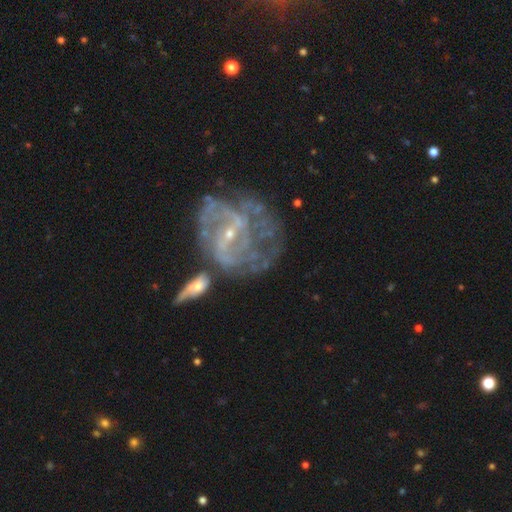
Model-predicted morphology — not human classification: Q: Smooth or featured?
A: featured or disk (84%); runner-up: star or artifact (8%)
Q: Edge-on disk?
A: no (97%); runner-up: yes (3%)
Q: Bar?
A: weak (47%); runner-up: strong (27%)
Q: Spiral arms?
A: yes (82%); runner-up: no (18%)
Q: Spiral winding?
A: tight (41%); runner-up: medium (40%)
Q: Spiral arm count?
A: can't tell (41%); runner-up: 2 (29%)
Q: Bulge size?
A: small (80%); runner-up: moderate (14%)
Q: Merging?
A: none (34%); runner-up: merger (26%)